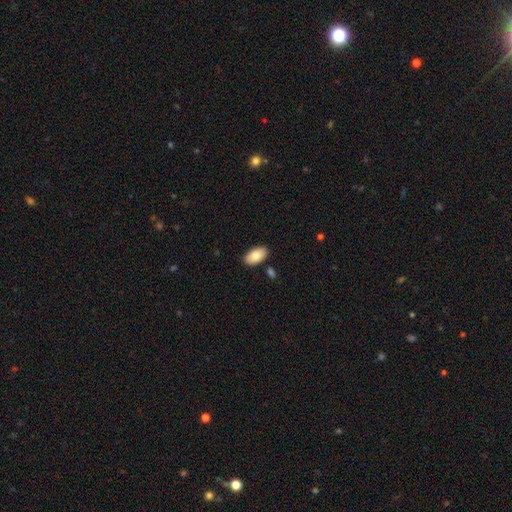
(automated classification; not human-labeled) Smooth or featured? smooth (83%)
How rounded? in between (95%)
Merging? none (86%)